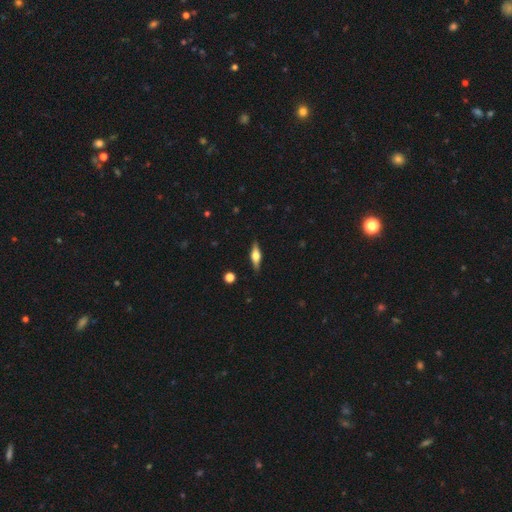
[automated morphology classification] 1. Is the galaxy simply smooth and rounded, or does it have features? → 55% featured or disk, 38% smooth, 6% star or artifact.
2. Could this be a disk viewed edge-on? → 95% yes, 5% no.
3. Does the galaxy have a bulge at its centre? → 91% rounded, 7% boxy, 2% none.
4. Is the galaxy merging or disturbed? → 88% none, 9% minor disturbance, 2% major disturbance, 1% merger.